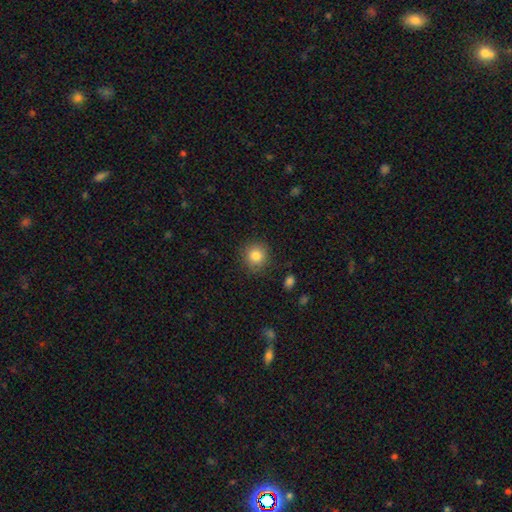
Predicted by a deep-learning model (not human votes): A smooth galaxy with no disk features (83%) that is round (91%).

Vote fractions:
- Smooth or featured? smooth: 83% / star or artifact: 10% / featured or disk: 7%
- How rounded? round: 91% / in between: 8% / cigar-shaped: 1%
- Merging? none: 87% / minor disturbance: 9% / major disturbance: 3% / merger: 1%